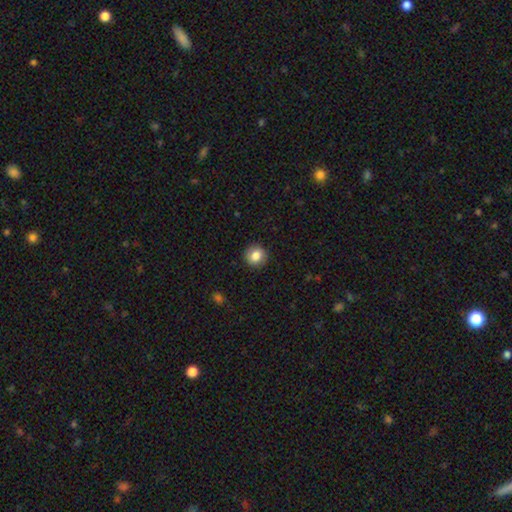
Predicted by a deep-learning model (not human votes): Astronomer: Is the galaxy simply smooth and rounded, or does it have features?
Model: smooth — 82%.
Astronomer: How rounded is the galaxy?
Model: round — 88%.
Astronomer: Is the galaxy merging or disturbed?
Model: none — 89%.